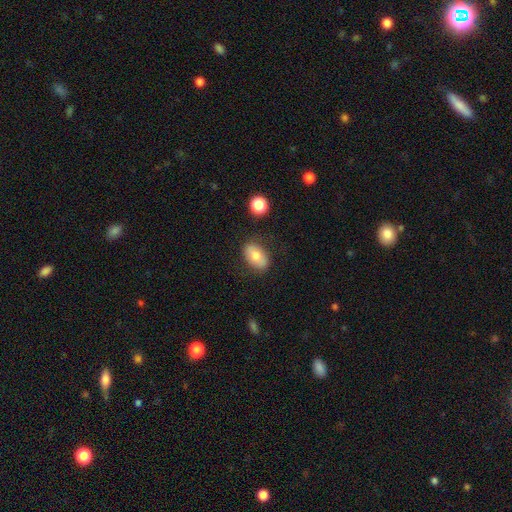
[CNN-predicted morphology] A smooth galaxy with no disk features (72%) that is in between round and cigar-shaped (88%).

Vote fractions:
- Smooth or featured? smooth: 72% / featured or disk: 20% / star or artifact: 8%
- How rounded? in between: 88% / round: 11% / cigar-shaped: 1%
- Merging? none: 79% / minor disturbance: 14% / major disturbance: 4% / merger: 3%